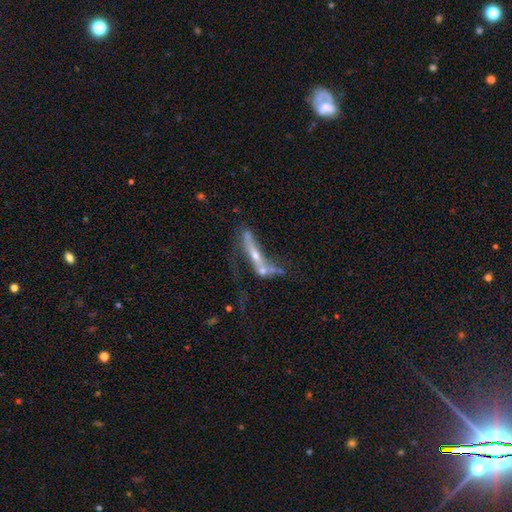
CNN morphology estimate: Overall: featured or disk (65%). Edge-on disk: yes (63%; no 37%). Merging: merger (43%; none 23%).